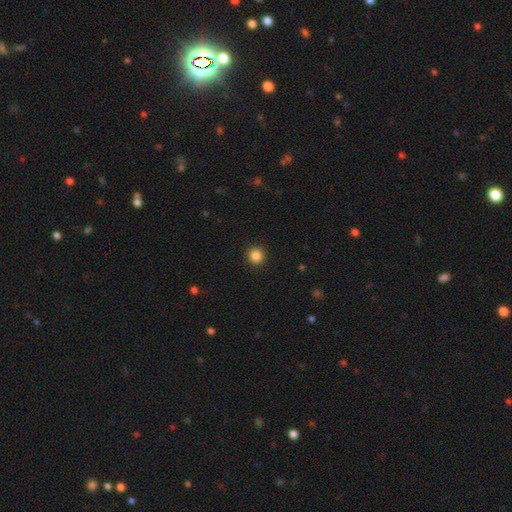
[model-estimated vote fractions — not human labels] A smooth galaxy with no disk features (86%) that is round (95%).

Vote fractions:
- Smooth or featured? smooth: 86% / star or artifact: 11% / featured or disk: 4%
- How rounded? round: 95% / in between: 4% / cigar-shaped: 1%
- Merging? none: 93% / minor disturbance: 5% / major disturbance: 2% / merger: 1%